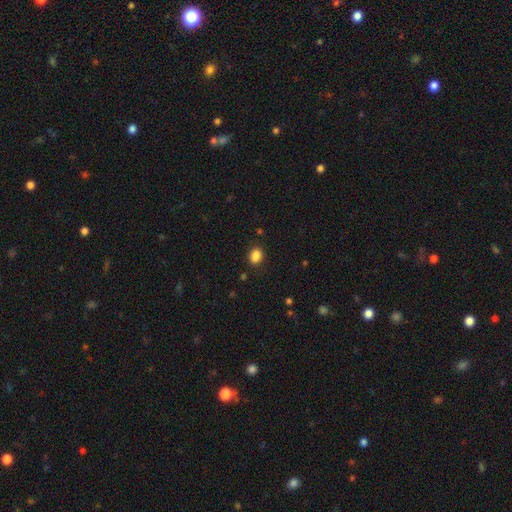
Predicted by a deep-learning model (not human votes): Smooth or featured? Predicted: smooth (p=0.87). How rounded? Predicted: in between (p=0.71). Merging? Predicted: none (p=0.86).